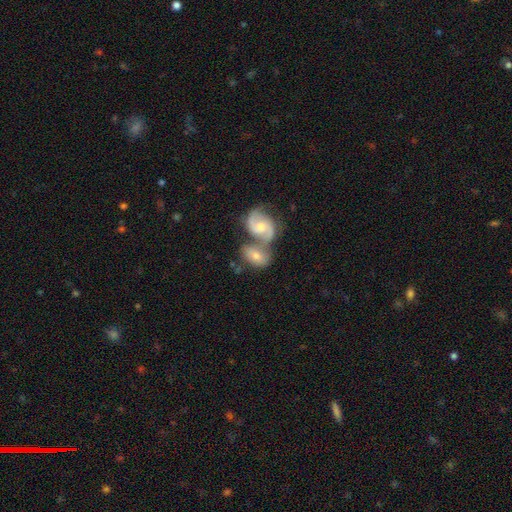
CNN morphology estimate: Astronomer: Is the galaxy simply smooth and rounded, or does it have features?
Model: featured or disk — 57% (runner-up: smooth, 36%).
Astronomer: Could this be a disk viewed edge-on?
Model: no — 95%.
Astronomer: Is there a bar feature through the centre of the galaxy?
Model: no — 52% (runner-up: weak, 39%).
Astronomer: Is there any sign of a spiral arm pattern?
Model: yes — 83%.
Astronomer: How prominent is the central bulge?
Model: moderate — 60%.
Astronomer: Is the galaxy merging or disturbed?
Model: merger — 61%.